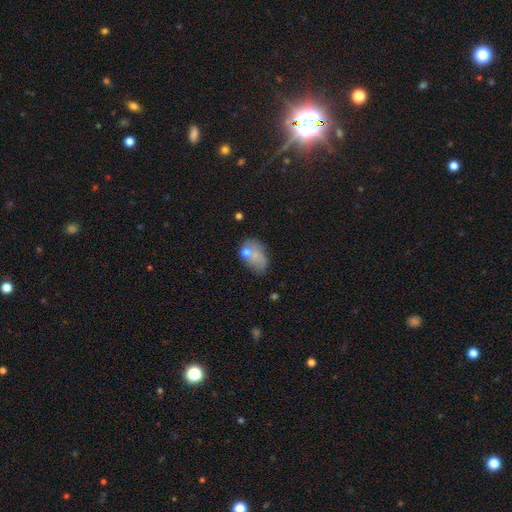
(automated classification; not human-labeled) smooth_or_featured: smooth (p=0.66) [alt: featured or disk p=0.23]
how_rounded: in between (p=0.82) [alt: round p=0.17]
merging: none (p=0.40) [alt: minor disturbance p=0.26]